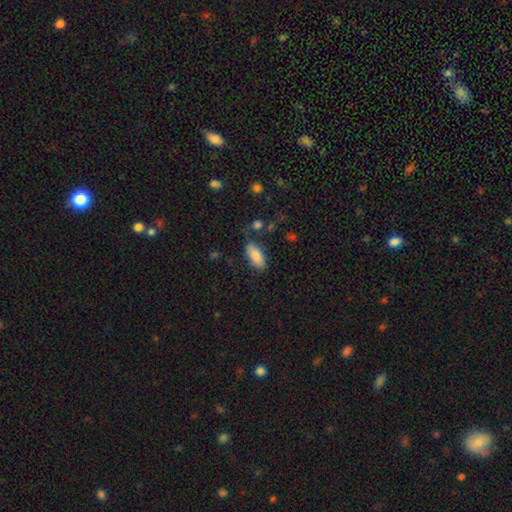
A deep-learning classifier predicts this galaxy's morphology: Overall: smooth (85%). How rounded: in between (86%). Merging: none (75%).